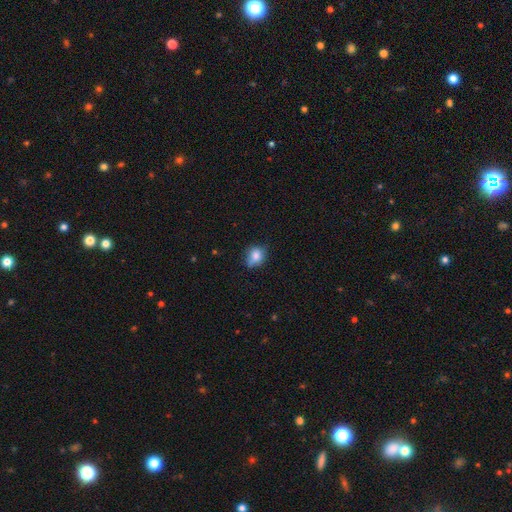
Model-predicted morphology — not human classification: Smooth or featured? Predicted: smooth (p=0.79). How rounded? Predicted: round (p=0.56). Merging? Predicted: none (p=0.58).